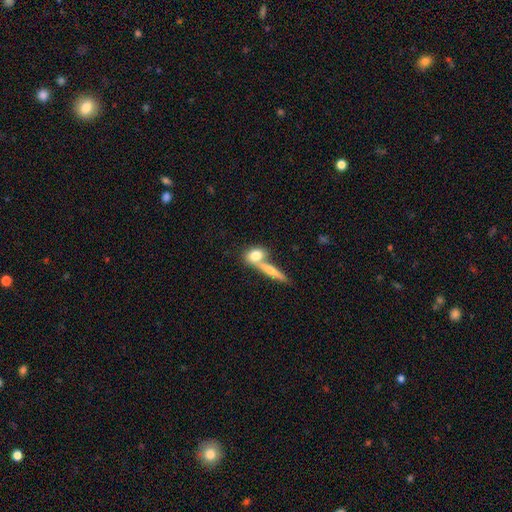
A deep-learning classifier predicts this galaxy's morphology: The model was most divided on "merging": merger: 46%, none: 41%, minor disturbance: 9%, major disturbance: 4%. More confident: smooth or featured — smooth (75%); how rounded — in between (55%).